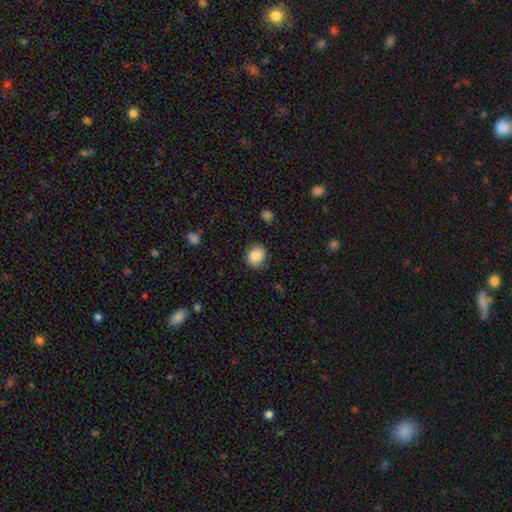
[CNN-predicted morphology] Smooth or featured? Predicted: smooth (p=0.84). How rounded? Predicted: round (p=0.58). Merging? Predicted: none (p=0.79).